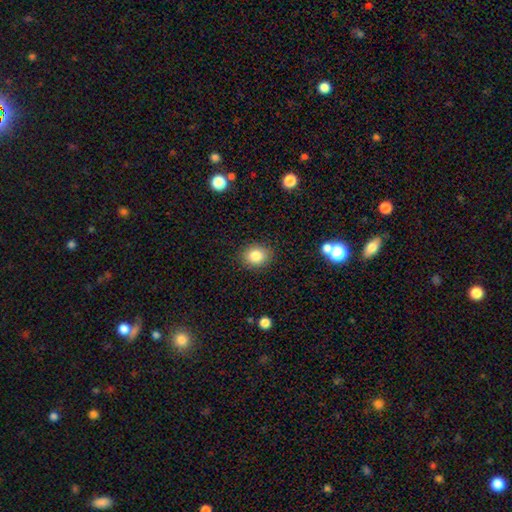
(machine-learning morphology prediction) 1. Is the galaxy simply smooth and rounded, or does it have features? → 84% smooth, 10% star or artifact, 7% featured or disk.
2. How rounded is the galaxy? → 63% round, 36% in between, 1% cigar-shaped.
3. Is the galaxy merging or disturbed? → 88% none, 8% minor disturbance, 2% major disturbance, 1% merger.